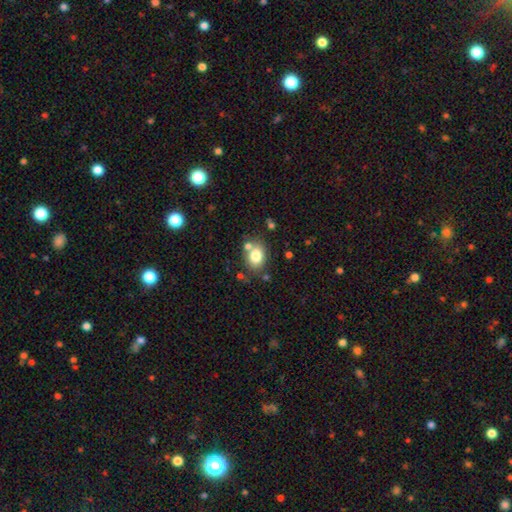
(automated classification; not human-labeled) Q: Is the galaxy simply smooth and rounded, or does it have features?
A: smooth — 79%.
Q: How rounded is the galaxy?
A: in between — 57%.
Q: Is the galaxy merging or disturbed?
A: none — 68%.